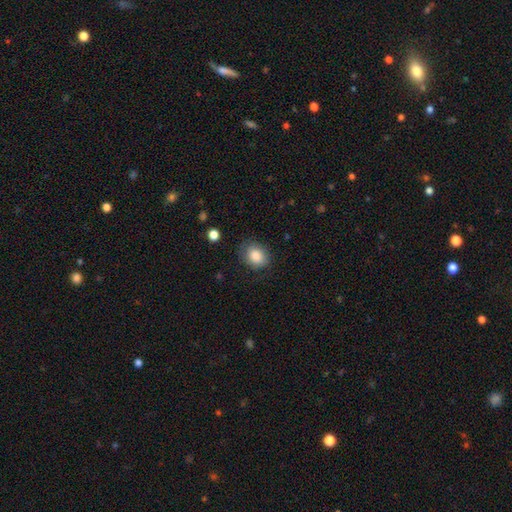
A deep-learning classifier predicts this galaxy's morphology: smooth_or_featured: smooth (p=0.85) [alt: star or artifact p=0.08]
how_rounded: in between (p=0.55) [alt: round p=0.44]
merging: none (p=0.76) [alt: minor disturbance p=0.18]